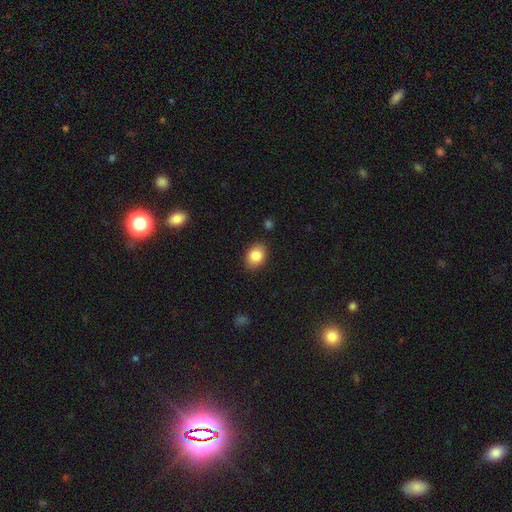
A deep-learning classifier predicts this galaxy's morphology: smooth 86%, star or artifact 8%, featured or disk 6%. Down the decision tree: how rounded — in between (71%); merging — none (85%).